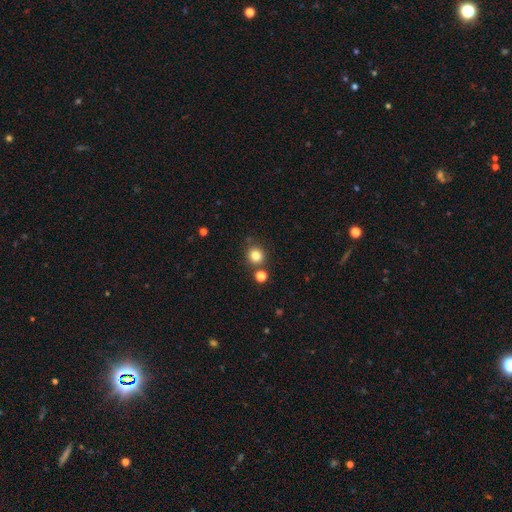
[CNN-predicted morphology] This appears to be a smooth galaxy with no disk features (82%) that is round (87%). Merging: none (78%).